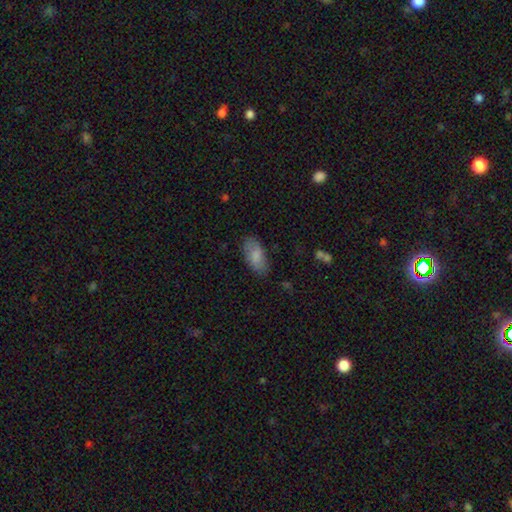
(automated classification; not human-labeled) Smooth or featured? smooth (82%)
How rounded? in between (92%)
Merging? none (79%)